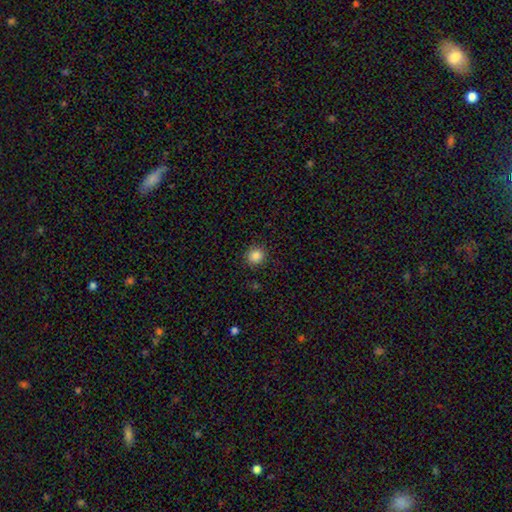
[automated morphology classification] This is clearly a smooth galaxy (85%). How rounded: clearly round (89%). Merging: clearly none (89%).